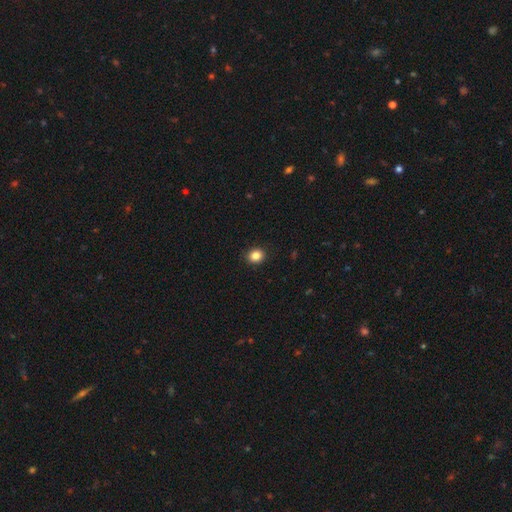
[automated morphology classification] Overall: smooth (86%). How rounded: round (71%). Merging: none (91%).